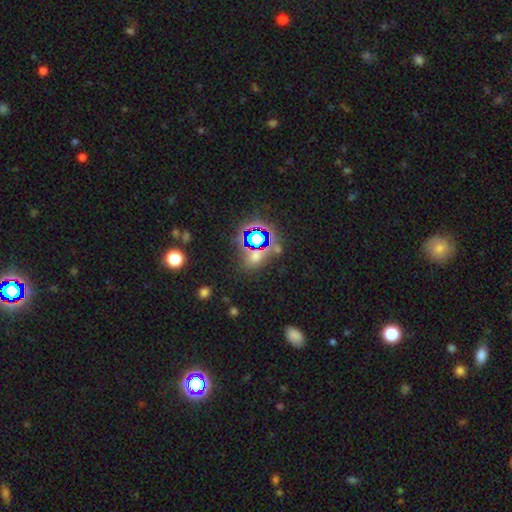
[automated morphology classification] smooth-or-featured: star or artifact: 59% | smooth: 32% | featured or disk: 9%